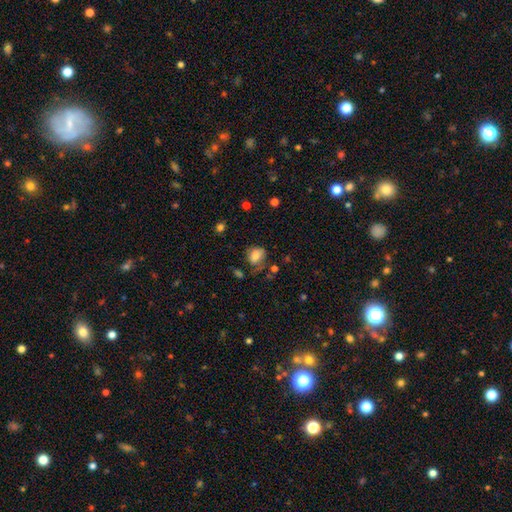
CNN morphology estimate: Smooth or featured? Predicted: smooth (p=0.74). How rounded? Predicted: in between (p=0.52). Merging? Predicted: none (p=0.45).